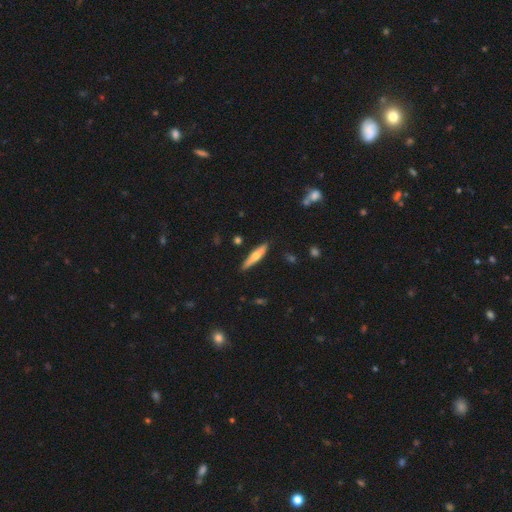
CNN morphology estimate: Smooth or featured? Predicted: smooth (p=0.52). How rounded? Predicted: cigar-shaped (p=0.85). Merging? Predicted: none (p=0.86).